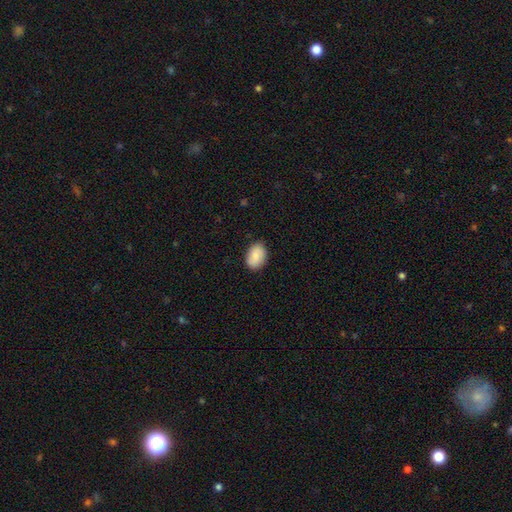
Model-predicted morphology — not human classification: This appears to be a smooth galaxy with no disk features (86%) that is in between round and cigar-shaped (83%). Merging: none (85%).